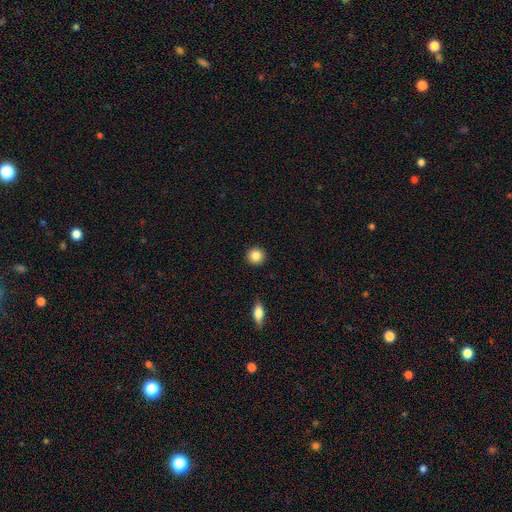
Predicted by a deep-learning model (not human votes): A smooth galaxy with no disk features (85%) that is round (94%). Merging: none (92%).